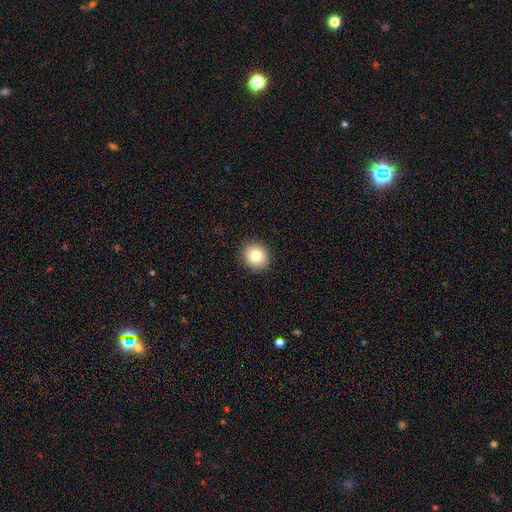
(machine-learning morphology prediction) smooth 80%, star or artifact 11%, featured or disk 9%. Down the decision tree: how rounded — round (84%); merging — none (92%).